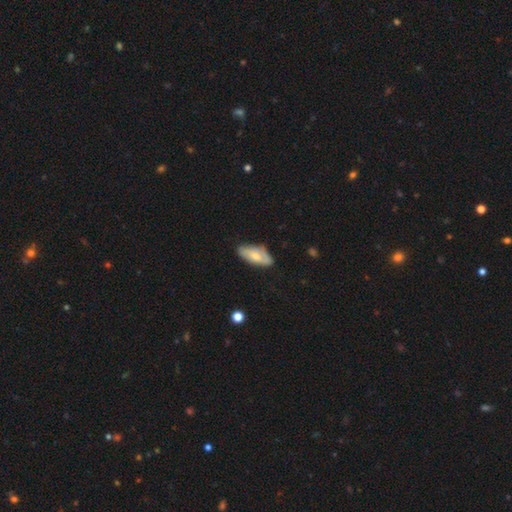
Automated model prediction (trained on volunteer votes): smooth_or_featured: smooth (p=0.61) [alt: featured or disk p=0.33]
how_rounded: in between (p=0.86) [alt: cigar-shaped p=0.11]
merging: none (p=0.68) [alt: minor disturbance p=0.26]